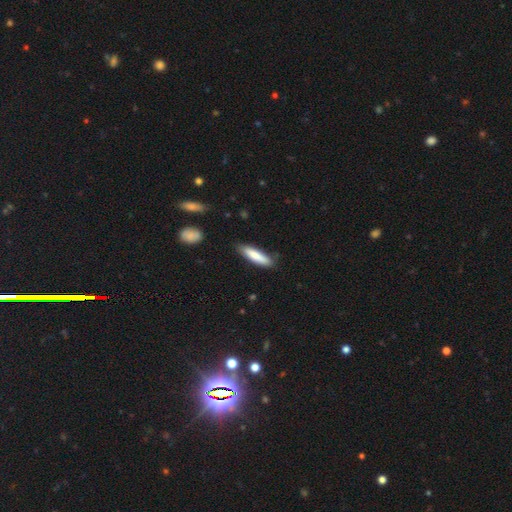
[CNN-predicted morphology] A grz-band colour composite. It shows a smooth galaxy with no disk features (81%) that is cigar-shaped (73%). Merging: none (77%).